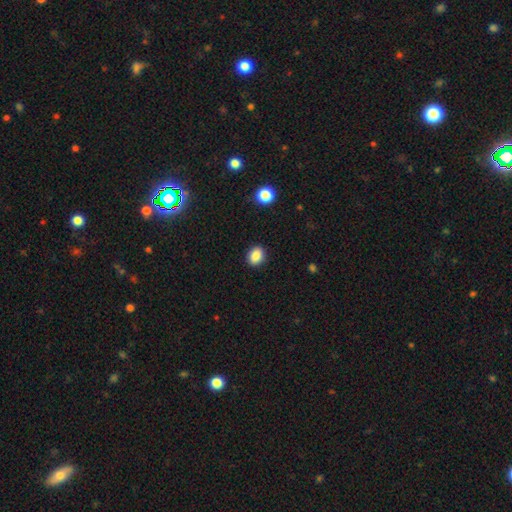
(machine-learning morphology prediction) A smooth galaxy with no disk features (87%) that is round (50%).

Vote fractions:
- Smooth or featured? smooth: 87% / star or artifact: 9% / featured or disk: 4%
- How rounded? round: 50% / in between: 49% / cigar-shaped: 1%
- Merging? none: 91% / minor disturbance: 6% / major disturbance: 2% / merger: 1%